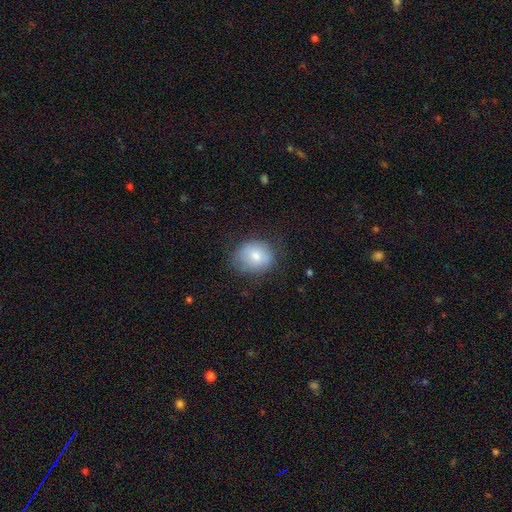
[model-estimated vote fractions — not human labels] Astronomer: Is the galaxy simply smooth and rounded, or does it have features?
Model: smooth — 78%.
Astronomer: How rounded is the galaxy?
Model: round — 66%.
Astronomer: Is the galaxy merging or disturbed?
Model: none — 70%.